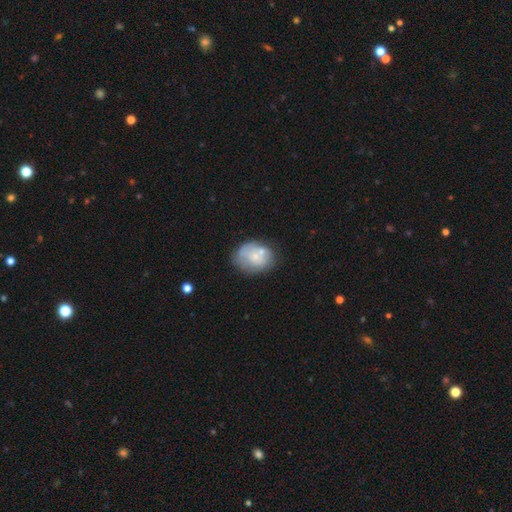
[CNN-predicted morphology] smooth 56%, featured or disk 36%, star or artifact 8%. Down the decision tree: how rounded — round (54%); merging — none (47%).